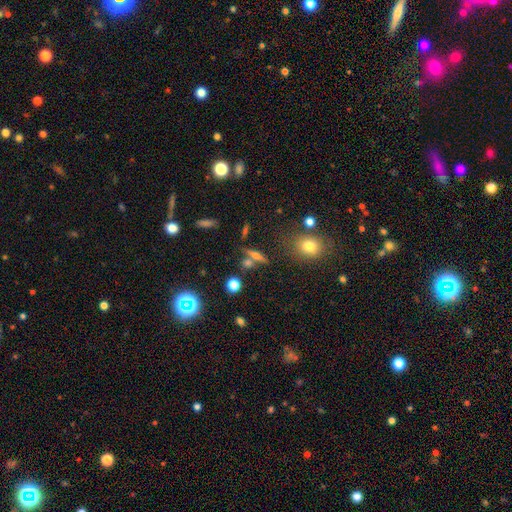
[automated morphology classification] Smooth or featured: featured or disk — 48% (smooth — 37%)
Merging: none — 67% (merger — 18%)